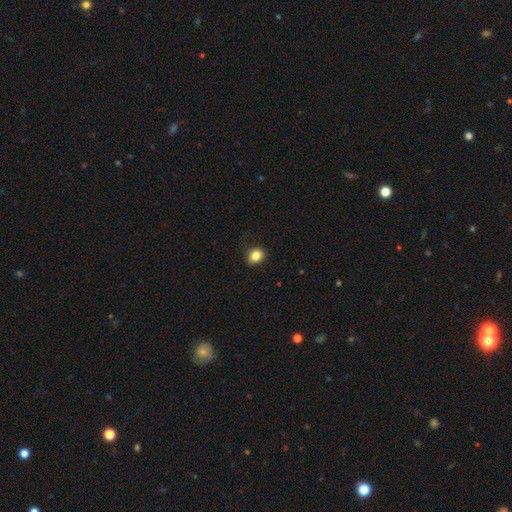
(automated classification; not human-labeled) Smooth or featured? Predicted: smooth (p=0.85). How rounded? Predicted: round (p=0.55). Merging? Predicted: none (p=0.86).